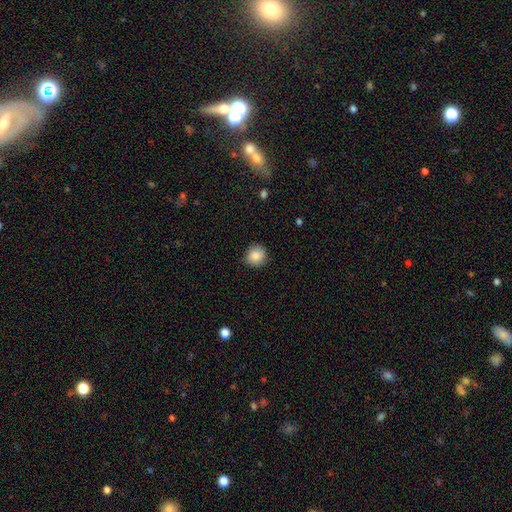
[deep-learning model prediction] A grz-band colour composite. It shows a smooth galaxy with no disk features (86%) that is round (91%). Merging: none (85%).